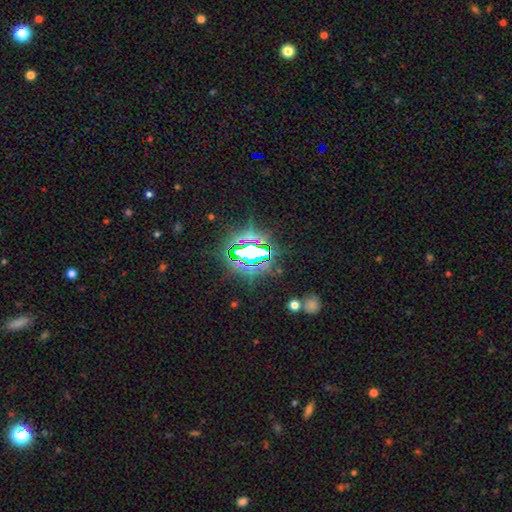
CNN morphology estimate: type=star or artifact (74%).